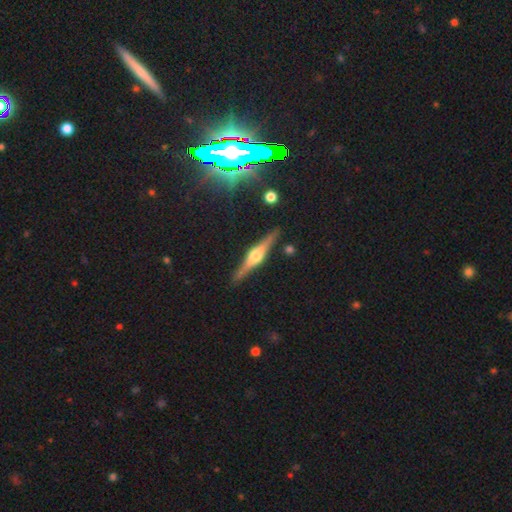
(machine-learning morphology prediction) smooth_or_featured: featured or disk (p=0.80) [alt: smooth p=0.14]
disk_edge_on: yes (p=0.98) [alt: no p=0.02]
edge_on_bulge: rounded (p=0.91) [alt: boxy p=0.07]
merging: none (p=0.89) [alt: minor disturbance p=0.07]